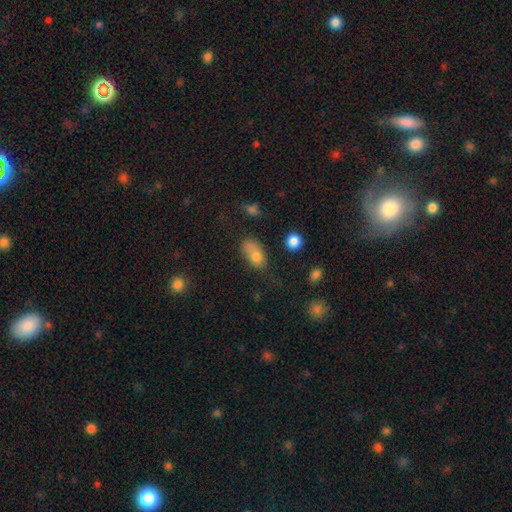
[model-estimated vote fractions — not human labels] Smooth or featured? Predicted: smooth (p=0.75). How rounded? Predicted: in between (p=0.83). Merging? Predicted: none (p=0.43).